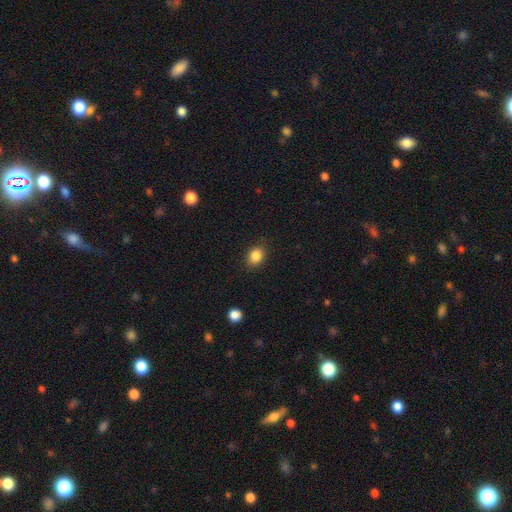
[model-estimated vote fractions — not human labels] smooth_or_featured: smooth (p=0.86) [alt: star or artifact p=0.09]
how_rounded: in between (p=0.59) [alt: round p=0.40]
merging: none (p=0.85) [alt: minor disturbance p=0.11]